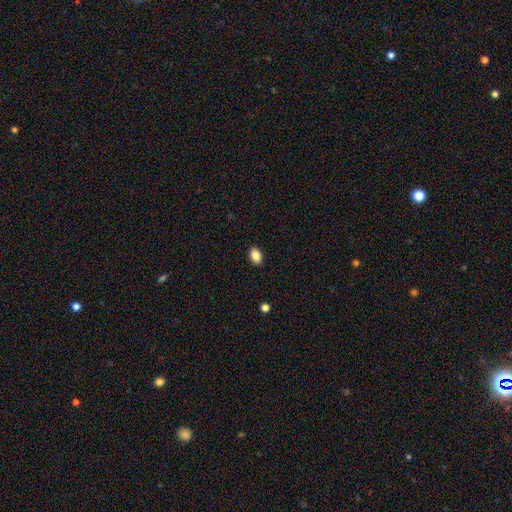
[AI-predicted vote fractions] Morphology: type=smooth (87%); roundness=in between (84%); merging=none (90%).